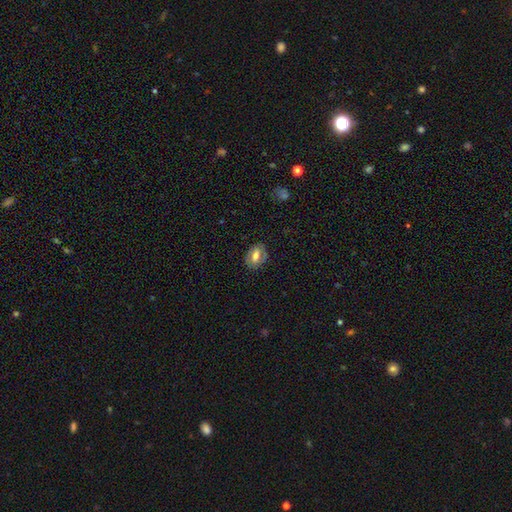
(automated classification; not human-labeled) smooth 56%, featured or disk 36%, star or artifact 9%. Down the decision tree: how rounded — in between (81%); merging — none (81%).